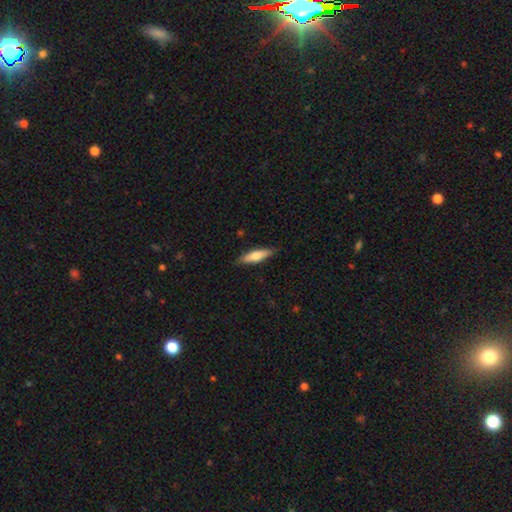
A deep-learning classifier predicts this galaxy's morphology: Smooth or featured? Predicted: smooth (p=0.65). How rounded? Predicted: cigar-shaped (p=0.70). Merging? Predicted: none (p=0.86).